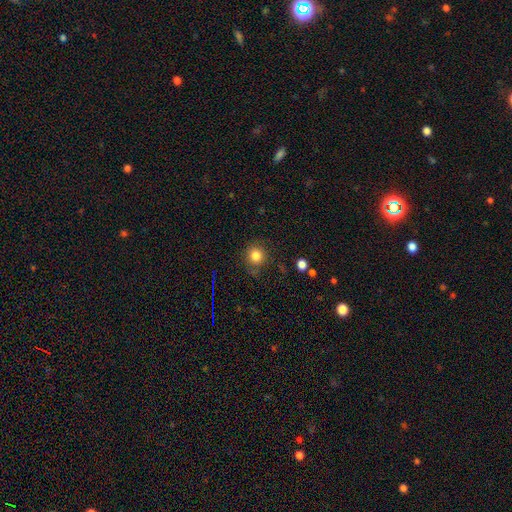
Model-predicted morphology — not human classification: A smooth galaxy with no disk features (82%) that is round (90%).

Vote fractions:
- Smooth or featured? smooth: 82% / star or artifact: 12% / featured or disk: 6%
- How rounded? round: 90% / in between: 9% / cigar-shaped: 1%
- Merging? none: 80% / minor disturbance: 14% / major disturbance: 4% / merger: 2%